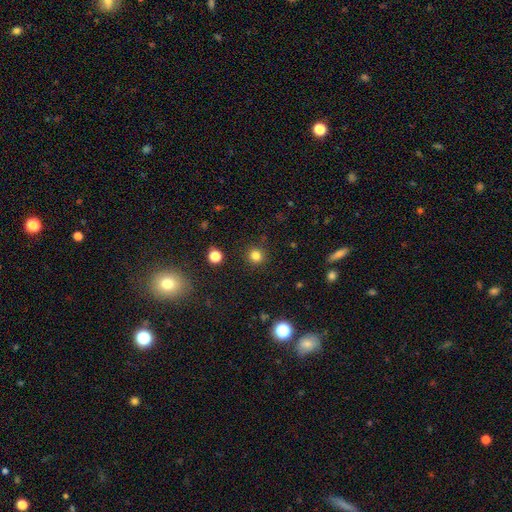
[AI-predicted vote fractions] A smooth galaxy with no disk features (81%) that is round (92%).

Vote fractions:
- Smooth or featured? smooth: 81% / star or artifact: 14% / featured or disk: 5%
- How rounded? round: 92% / in between: 7% / cigar-shaped: 1%
- Merging? none: 91% / minor disturbance: 6% / major disturbance: 2% / merger: 1%